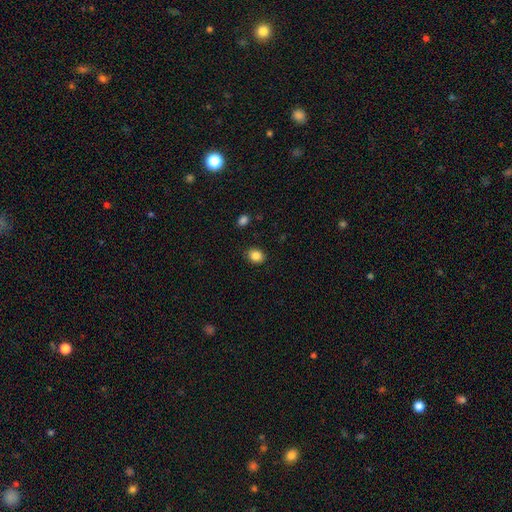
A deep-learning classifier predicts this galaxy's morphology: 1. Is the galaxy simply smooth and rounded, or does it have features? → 86% smooth, 10% star or artifact, 4% featured or disk.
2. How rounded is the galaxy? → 51% round, 48% in between, 1% cigar-shaped.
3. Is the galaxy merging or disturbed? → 88% none, 9% minor disturbance, 2% major disturbance, 1% merger.